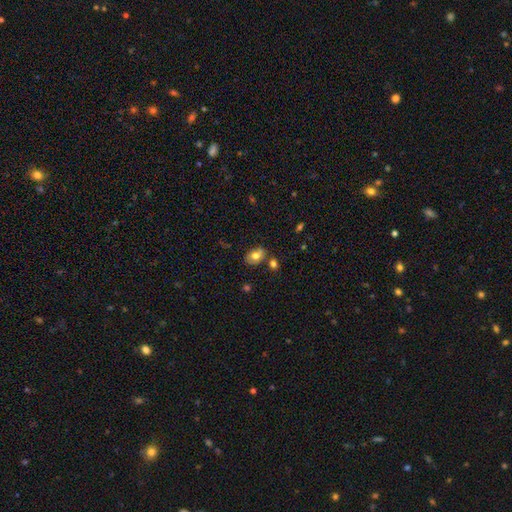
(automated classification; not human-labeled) This appears to be a smooth galaxy with no disk features (73%) that is in between round and cigar-shaped (80%). Merging: none (72%).